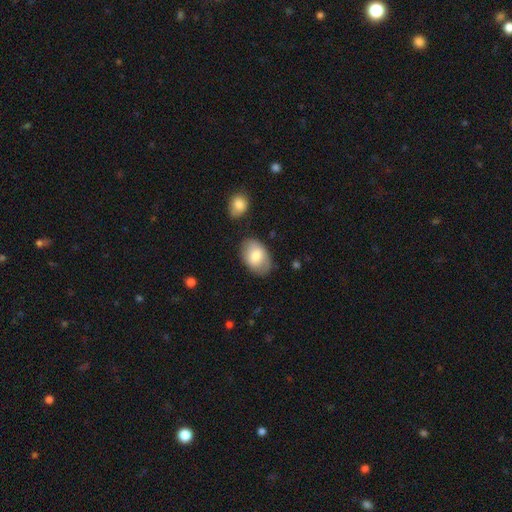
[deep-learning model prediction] Overall: smooth (73%). How rounded: in between (87%). Merging: none (74%).